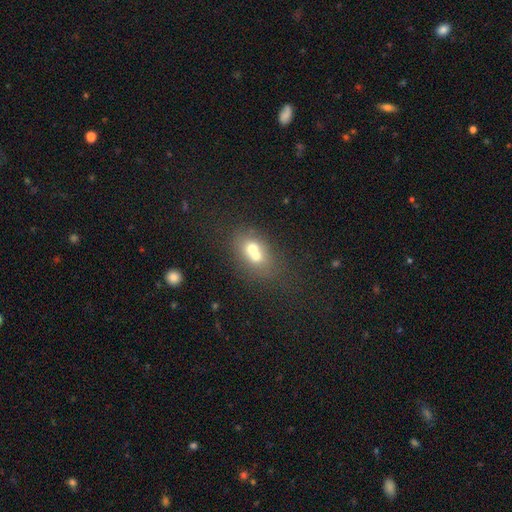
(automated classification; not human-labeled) Morphology: type=smooth (61%); roundness=in between (53%); merging=merger (67%).